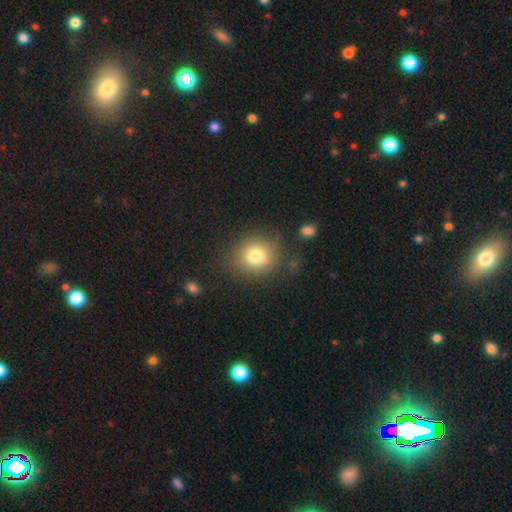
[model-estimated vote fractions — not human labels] Smooth or featured?
  - smooth: 78% *
  - star or artifact: 12%
  - featured or disk: 10%
How rounded?
  - round: 80% *
  - in between: 19%
  - cigar-shaped: 1%
Merging?
  - none: 81% *
  - minor disturbance: 11%
  - major disturbance: 5%
  - merger: 3%